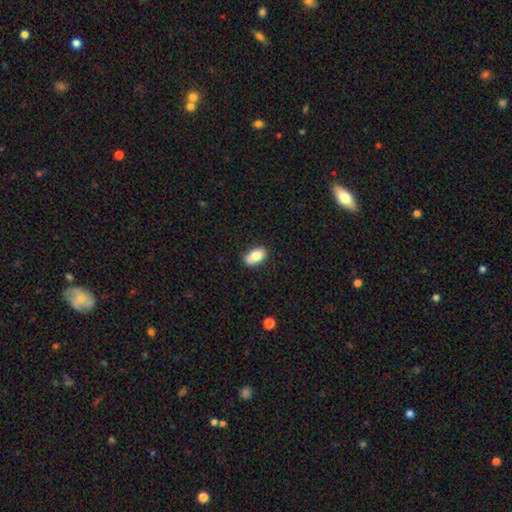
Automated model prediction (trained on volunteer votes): The model was most divided on "merging": none: 73%, minor disturbance: 19%, merger: 5%, major disturbance: 3%. More confident: how rounded — in between (89%); smooth or featured — smooth (77%).